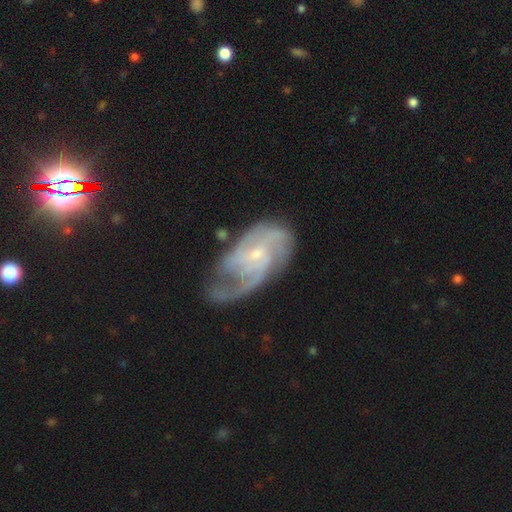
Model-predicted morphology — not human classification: smooth-or-featured: featured or disk: 85% | smooth: 10% | star or artifact: 6%
  disk-edge-on: no: 96% | yes: 4%
    bar: no: 54% | weak: 39% | strong: 7%
    has-spiral-arms: yes: 95% | no: 5%
      spiral-winding: medium: 44% | tight: 37% | loose: 18%
      spiral-arm-count: 2: 28% | can't tell: 27% | 3: 24% | 4: 9% | 1: 7% | more than 4: 5%
    bulge-size: small: 73% | moderate: 21% | none: 3% | large: 1% | dominant: 1%
  merging: none: 52% | minor disturbance: 26% | major disturbance: 19% | merger: 3%